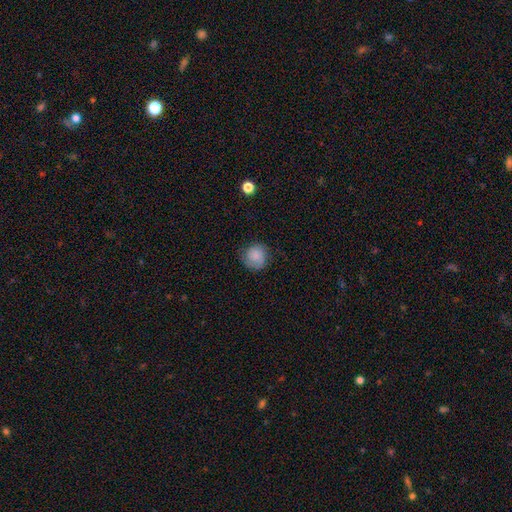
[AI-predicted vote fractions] smooth-or-featured: smooth: 78% | featured or disk: 14% | star or artifact: 8%
  how-rounded: round: 88% | in between: 11% | cigar-shaped: 1%
  merging: none: 74% | minor disturbance: 19% | major disturbance: 6% | merger: 1%